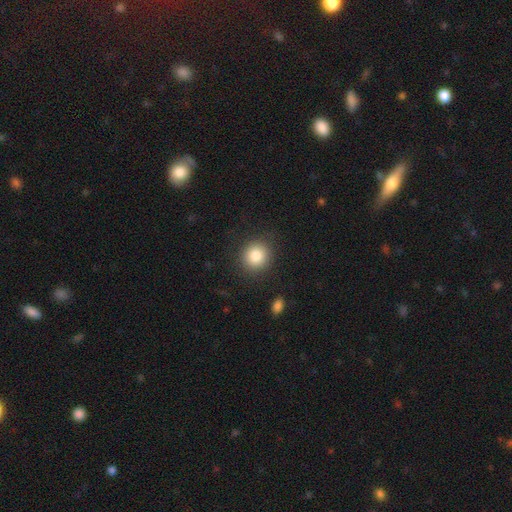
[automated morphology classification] The model was most divided on "smooth or featured": smooth: 84%, star or artifact: 10%, featured or disk: 6%. More confident: how rounded — round (89%); merging — none (88%).